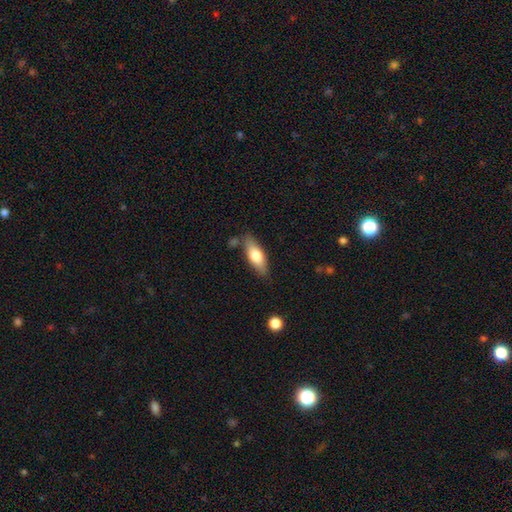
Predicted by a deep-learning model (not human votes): This is likely a smooth galaxy (70%). How rounded: likely in between (66%). Merging: likely none (76%).